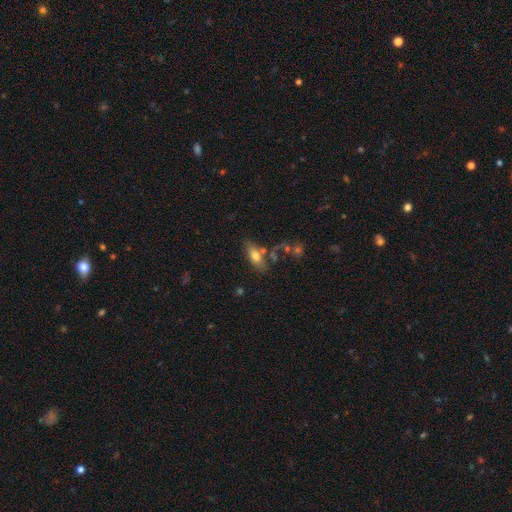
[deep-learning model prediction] A smooth galaxy with no disk features (70%) that is in between round and cigar-shaped (82%).

Vote fractions:
- Smooth or featured? smooth: 70% / featured or disk: 21% / star or artifact: 9%
- How rounded? in between: 82% / cigar-shaped: 13% / round: 5%
- Merging? none: 53% / merger: 21% / minor disturbance: 17% / major disturbance: 9%